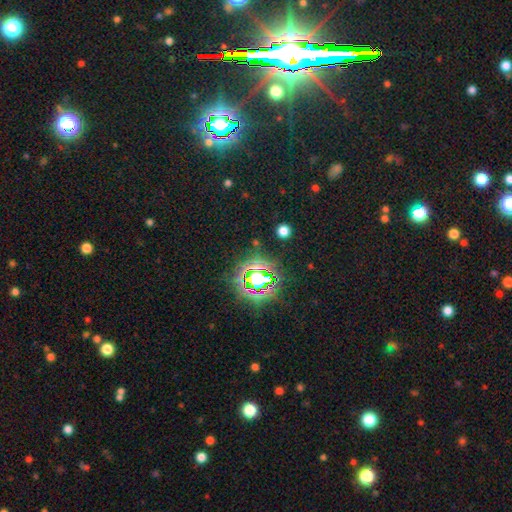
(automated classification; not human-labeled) smooth-or-featured: star or artifact: 76% | smooth: 16% | featured or disk: 8%